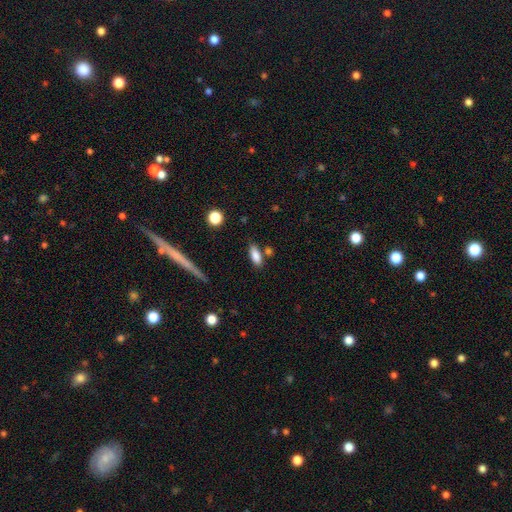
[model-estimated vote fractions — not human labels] smooth_or_featured: smooth (p=0.84) [alt: featured or disk p=0.09]
how_rounded: in between (p=0.76) [alt: cigar-shaped p=0.21]
merging: none (p=0.72) [alt: minor disturbance p=0.13]